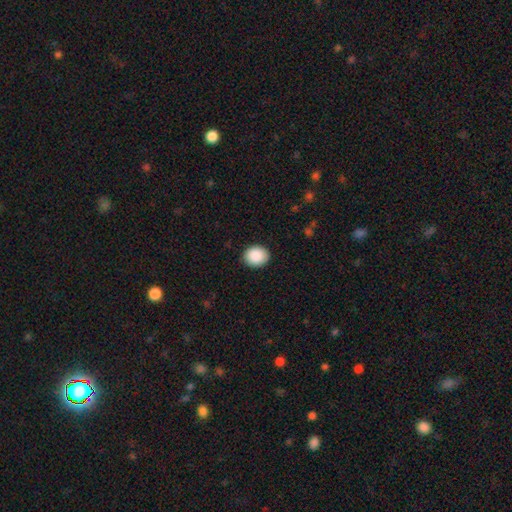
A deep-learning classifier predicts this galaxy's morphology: This is clearly a smooth galaxy (89%). How rounded: likely round (66%). Merging: clearly none (89%).